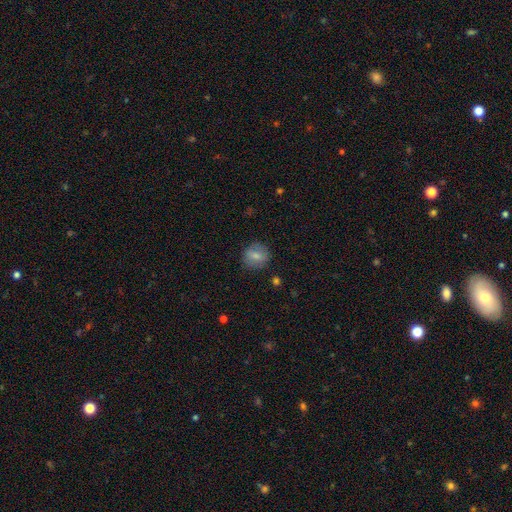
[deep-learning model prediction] Smooth or featured: smooth — 75% (featured or disk — 17%)
How rounded: round — 81% (in between — 18%)
Merging: none — 83% (minor disturbance — 12%)